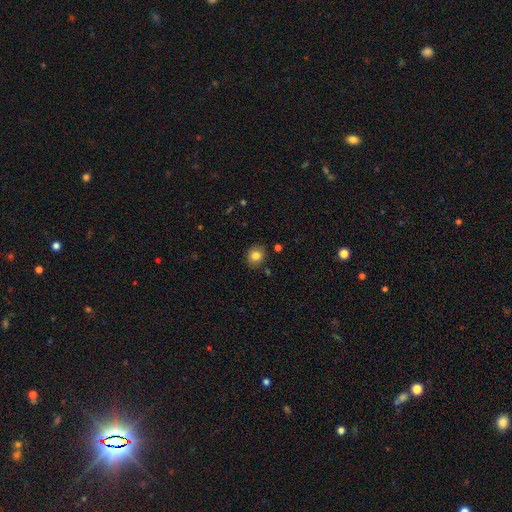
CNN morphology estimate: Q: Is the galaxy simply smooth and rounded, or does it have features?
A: smooth — 81%.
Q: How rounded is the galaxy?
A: round — 74%.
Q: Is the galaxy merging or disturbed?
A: none — 86%.